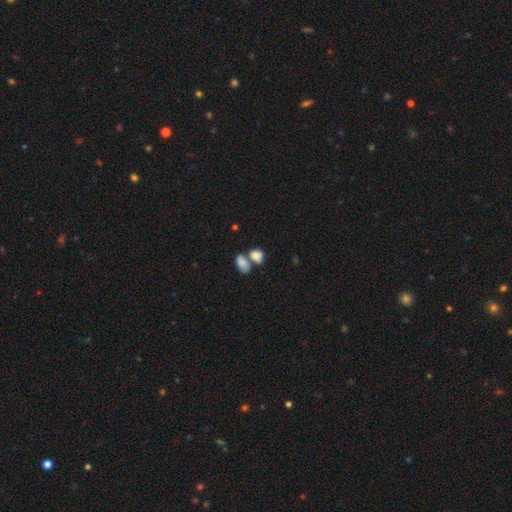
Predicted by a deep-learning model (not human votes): Smooth or featured: smooth — 82% (featured or disk — 10%)
How rounded: in between — 67% (round — 31%)
Merging: merger — 55% (none — 31%)